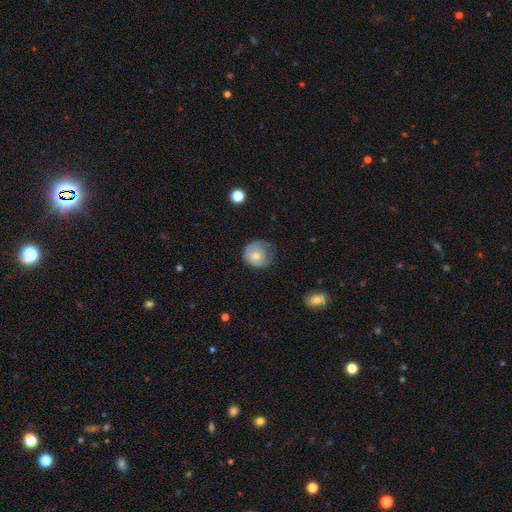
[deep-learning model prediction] This appears to be a smooth galaxy with no disk features (64%) that is round (79%). Merging: none (40%).